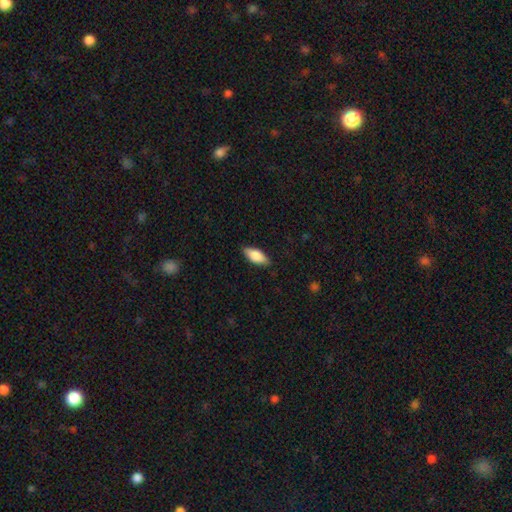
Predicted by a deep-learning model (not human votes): A smooth galaxy with no disk features (80%) that is in between round and cigar-shaped (82%). Merging: none (85%).